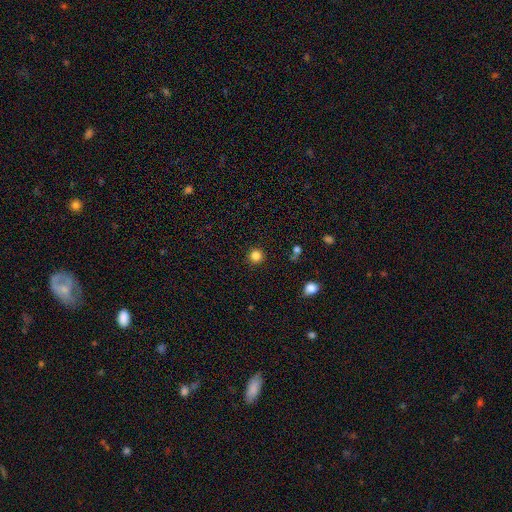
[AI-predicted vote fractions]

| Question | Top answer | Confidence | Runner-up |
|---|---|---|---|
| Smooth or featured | smooth | 84% | star or artifact (12%) |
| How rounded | round | 95% | in between (4%) |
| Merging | none | 91% | minor disturbance (5%) |